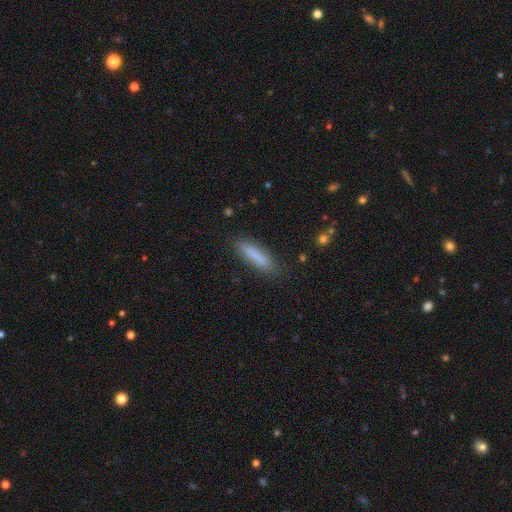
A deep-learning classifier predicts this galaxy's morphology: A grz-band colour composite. It shows a smooth galaxy with no disk features (82%) that is cigar-shaped (81%). Merging: none (85%).